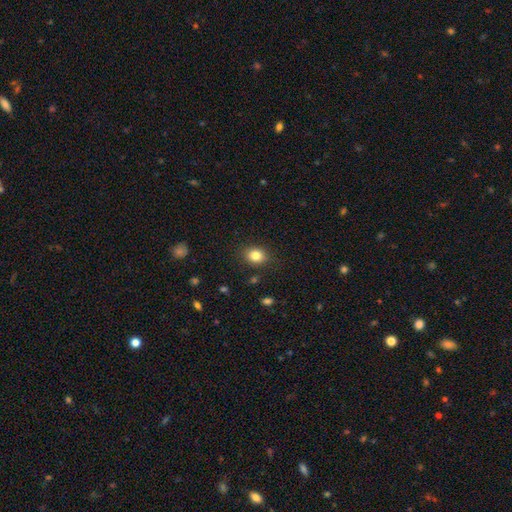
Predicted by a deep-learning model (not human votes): Q: Smooth or featured?
A: smooth (83%); runner-up: star or artifact (11%)
Q: How rounded?
A: round (58%); runner-up: in between (41%)
Q: Merging?
A: none (86%); runner-up: minor disturbance (10%)